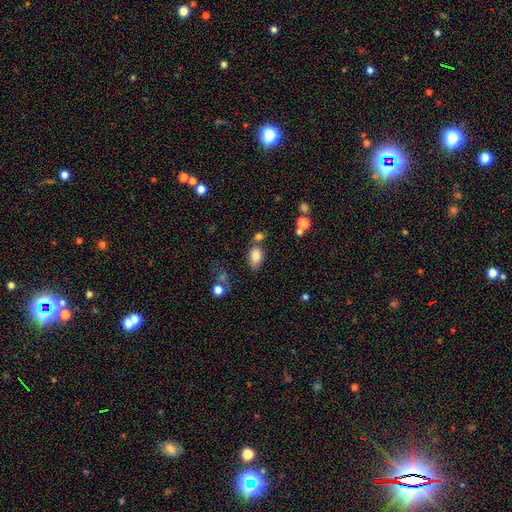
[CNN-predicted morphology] smooth-or-featured: smooth: 84% | star or artifact: 9% | featured or disk: 8%
  how-rounded: in between: 88% | round: 10% | cigar-shaped: 2%
  merging: none: 59% | merger: 19% | minor disturbance: 16% | major disturbance: 6%